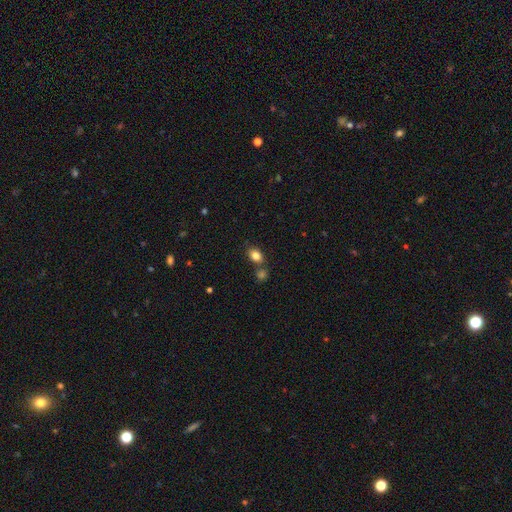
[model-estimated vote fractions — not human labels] Overall: smooth (83%). How rounded: in between (72%). Merging: none (68%).